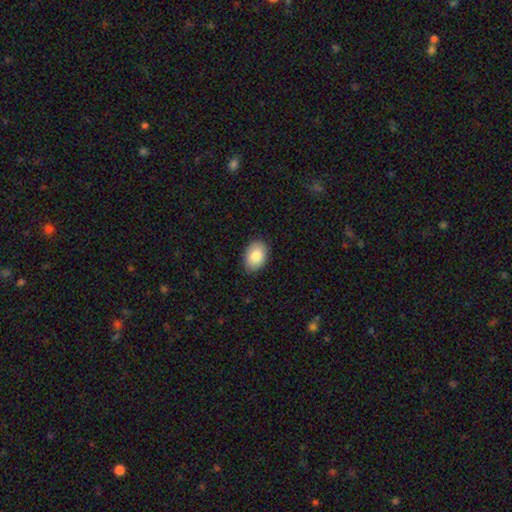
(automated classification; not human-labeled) Smooth or featured?
  - smooth: 85% *
  - featured or disk: 8%
  - star or artifact: 7%
How rounded?
  - in between: 82% *
  - round: 17%
  - cigar-shaped: 1%
Merging?
  - none: 87% *
  - minor disturbance: 10%
  - major disturbance: 2%
  - merger: 1%